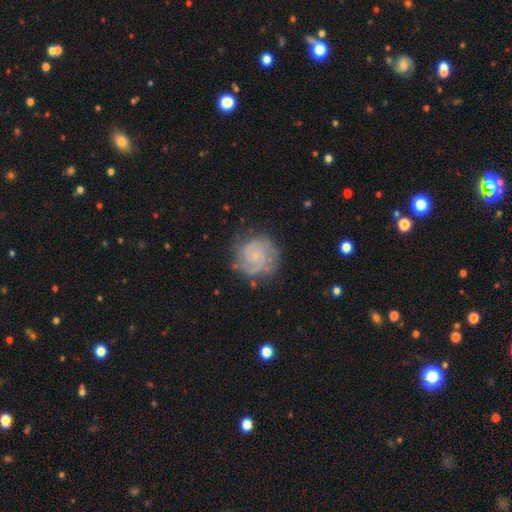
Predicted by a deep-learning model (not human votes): smooth_or_featured: featured or disk (p=0.80) [alt: smooth p=0.14]
disk_edge_on: no (p=0.98) [alt: yes p=0.02]
bar: no (p=0.69) [alt: weak p=0.27]
has_spiral_arms: yes (p=0.95) [alt: no p=0.05]
spiral_winding: tight (p=0.61) [alt: medium p=0.32]
spiral_arm_count: 2 (p=0.58) [alt: can't tell p=0.16]
bulge_size: small (p=0.69) [alt: none p=0.19]
merging: none (p=0.74) [alt: minor disturbance p=0.17]